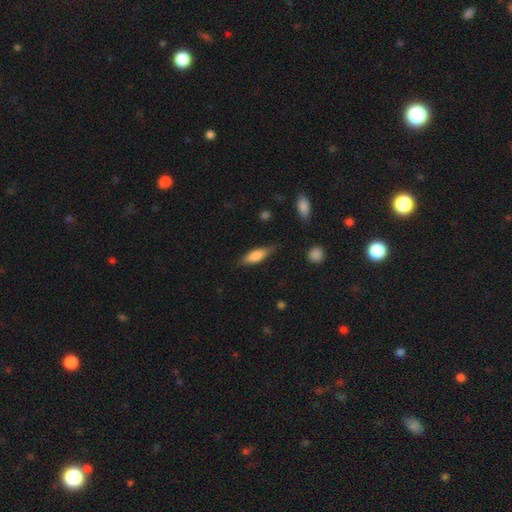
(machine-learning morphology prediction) Overall: smooth (73%). How rounded: in between (55%; cigar-shaped 43%). Merging: none (76%).